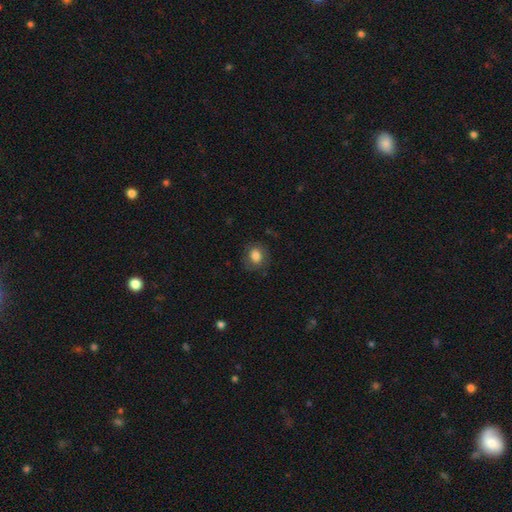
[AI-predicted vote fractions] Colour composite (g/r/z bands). It shows a smooth galaxy with no disk features (79%) that is round (56%). Merging: none (75%).